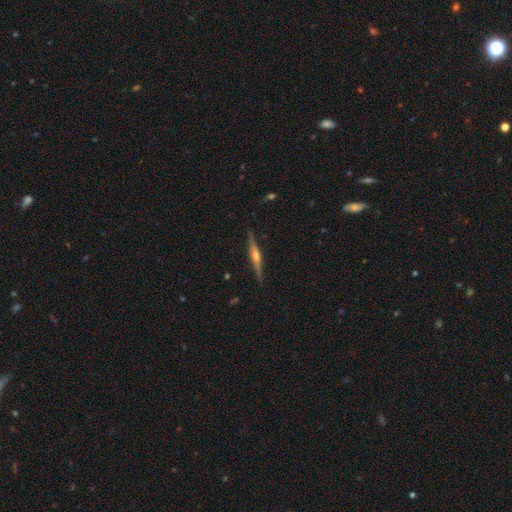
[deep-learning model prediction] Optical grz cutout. It shows a featured or disk galaxy (79%) viewed edge-on (98%) with a rounded central bulge (88%). Merging: none (89%).